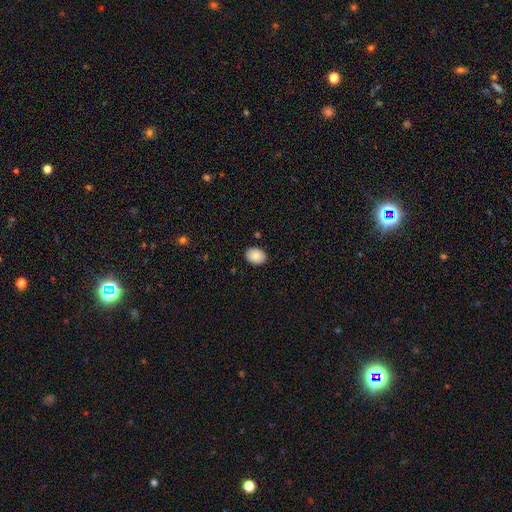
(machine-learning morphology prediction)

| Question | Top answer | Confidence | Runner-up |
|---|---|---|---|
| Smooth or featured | smooth | 85% | featured or disk (8%) |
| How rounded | in between | 59% | round (40%) |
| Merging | none | 88% | minor disturbance (9%) |